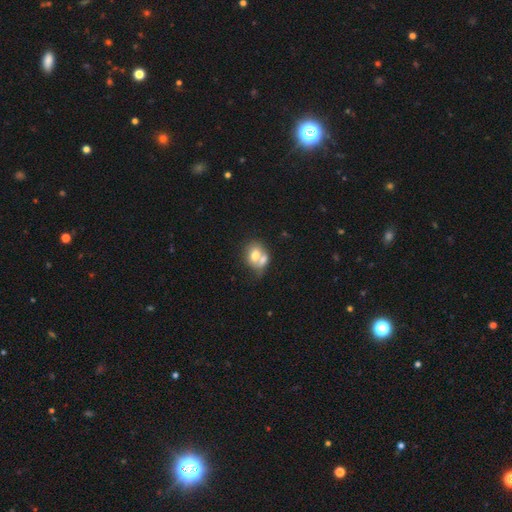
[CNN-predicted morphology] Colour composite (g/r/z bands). It shows a smooth galaxy with no disk features (67%) that is in between round and cigar-shaped (52%). Merging: merger (57%).